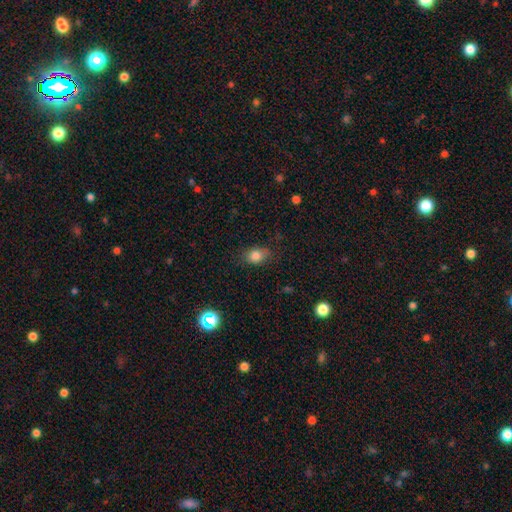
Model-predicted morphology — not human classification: A smooth galaxy with no disk features (82%) that is in between round and cigar-shaped (70%).

Vote fractions:
- Smooth or featured? smooth: 82% / star or artifact: 10% / featured or disk: 7%
- How rounded? in between: 70% / round: 28% / cigar-shaped: 2%
- Merging? none: 77% / minor disturbance: 17% / major disturbance: 5% / merger: 1%